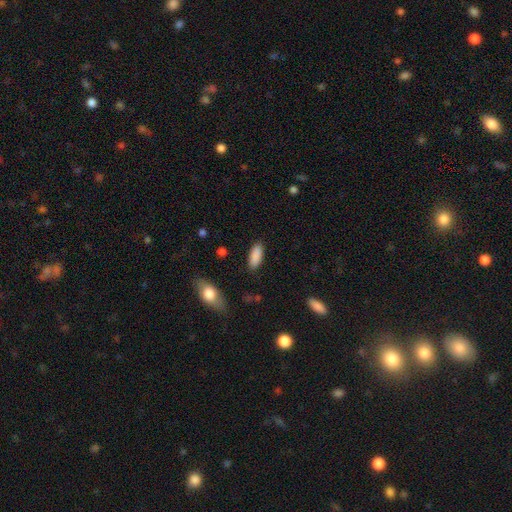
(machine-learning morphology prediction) smooth 89%, star or artifact 6%, featured or disk 5%. Down the decision tree: how rounded — in between (75%); merging — none (87%).